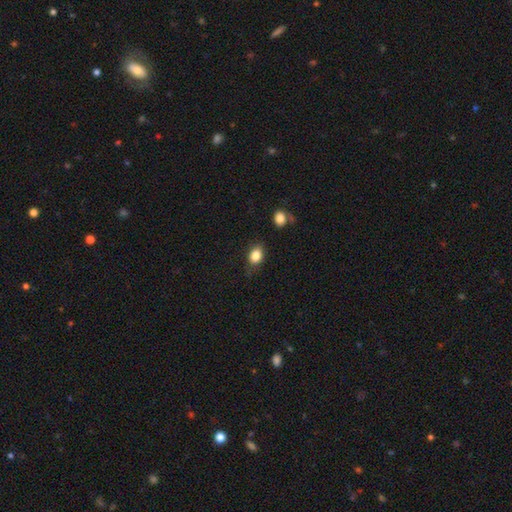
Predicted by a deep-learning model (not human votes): Overall: smooth (84%). How rounded: in between (67%; round 32%). Merging: none (76%).